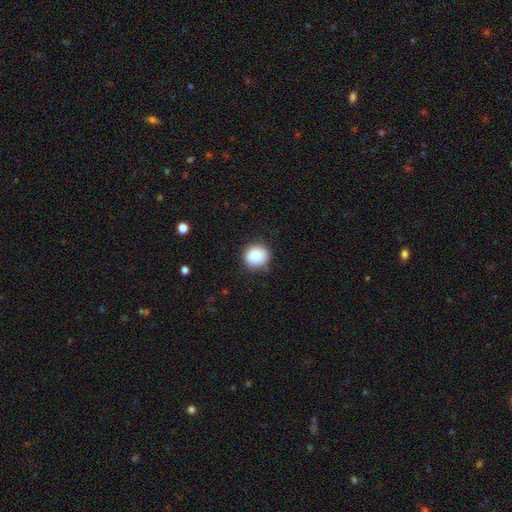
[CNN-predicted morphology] Smooth or featured: smooth — 88% (star or artifact — 8%)
How rounded: round — 88% (in between — 11%)
Merging: none — 85% (minor disturbance — 11%)